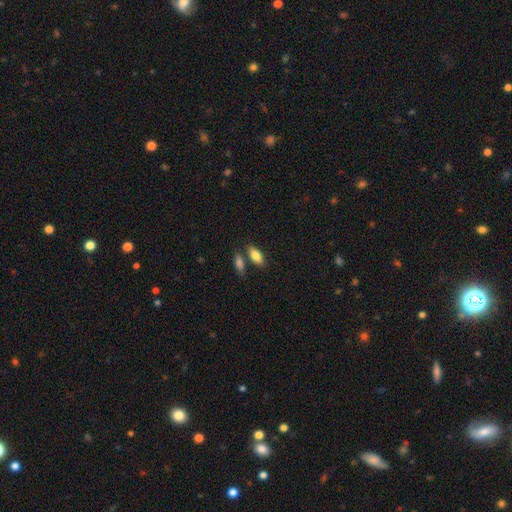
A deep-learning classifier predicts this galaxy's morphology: The model was most divided on "merging": none: 66%, merger: 19%, minor disturbance: 12%, major disturbance: 3%. More confident: how rounded — in between (85%); smooth or featured — smooth (84%).